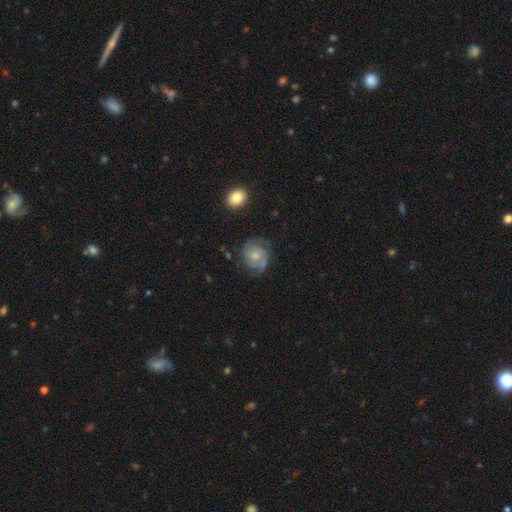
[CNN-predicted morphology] Smooth or featured?
  - featured or disk: 65% *
  - smooth: 28%
  - star or artifact: 7%
Edge-on disk?
  - no: 98% *
  - yes: 2%
Bar?
  - no: 78% *
  - weak: 19%
  - strong: 3%
Spiral arms?
  - yes: 87% *
  - no: 13%
Spiral winding?
  - tight: 57% *
  - medium: 32%
  - loose: 11%
Spiral arm count?
  - 2: 61% *
  - can't tell: 22%
  - 1: 7%
  - 3: 6%
  - 4: 2%
  - more than 4: 2%
Bulge size?
  - small: 49% *
  - moderate: 42%
  - none: 4%
  - large: 4%
  - dominant: 1%
Merging?
  - none: 66% *
  - minor disturbance: 21%
  - major disturbance: 11%
  - merger: 2%